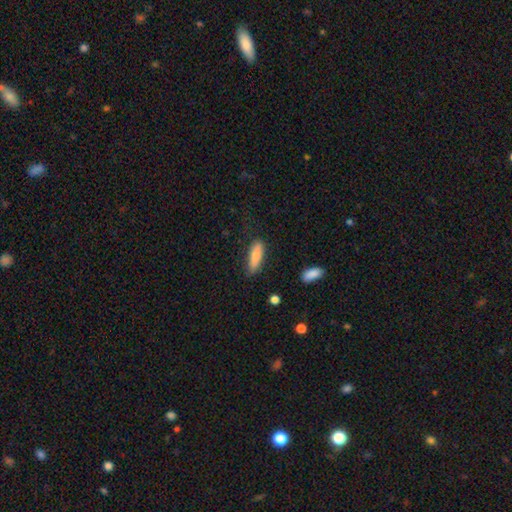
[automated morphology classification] A smooth galaxy with no disk features (79%) that is cigar-shaped (51%).

Vote fractions:
- Smooth or featured? smooth: 79% / featured or disk: 15% / star or artifact: 6%
- How rounded? cigar-shaped: 51% / in between: 47% / round: 2%
- Merging? none: 72% / minor disturbance: 21% / major disturbance: 5% / merger: 2%